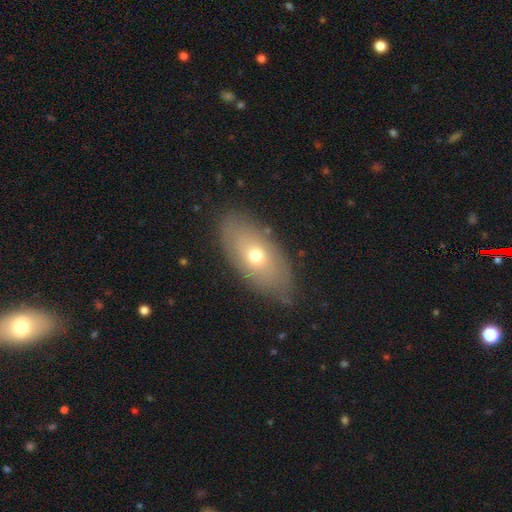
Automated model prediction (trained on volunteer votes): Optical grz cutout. It shows a smooth galaxy with no disk features (57%) that is in between round and cigar-shaped (87%). Merging: none (75%).